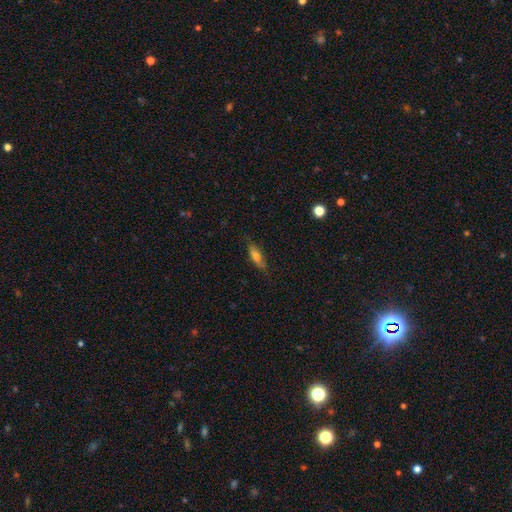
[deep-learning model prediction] Overall: smooth (67%). How rounded: cigar-shaped (58%; in between 40%). Merging: none (80%).